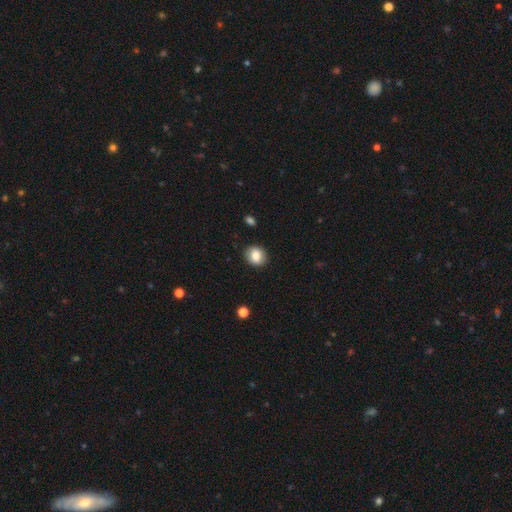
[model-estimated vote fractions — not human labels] smooth_or_featured: smooth (p=0.82) [alt: featured or disk p=0.09]
how_rounded: round (p=0.65) [alt: in between p=0.34]
merging: none (p=0.88) [alt: minor disturbance p=0.08]